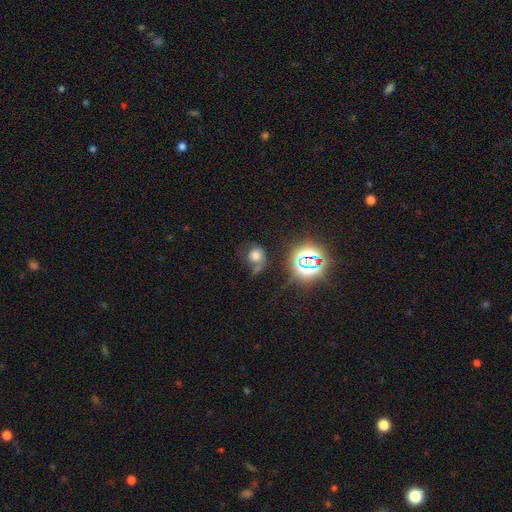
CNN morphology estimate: Overall: smooth (59%; star or artifact 25%). How rounded: round (72%). Merging: none (40%; major disturbance 23%).